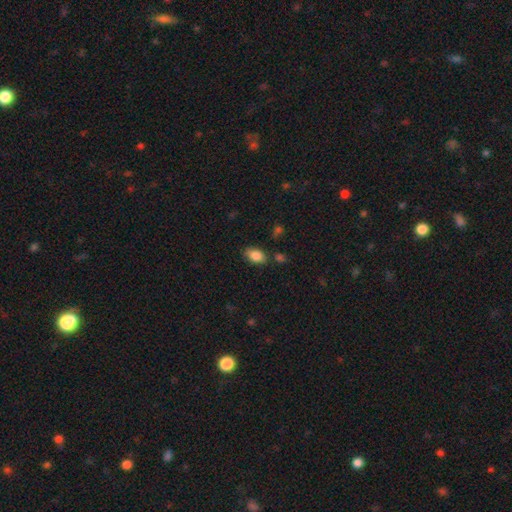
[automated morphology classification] Overall: smooth (86%). How rounded: in between (90%). Merging: none (79%).